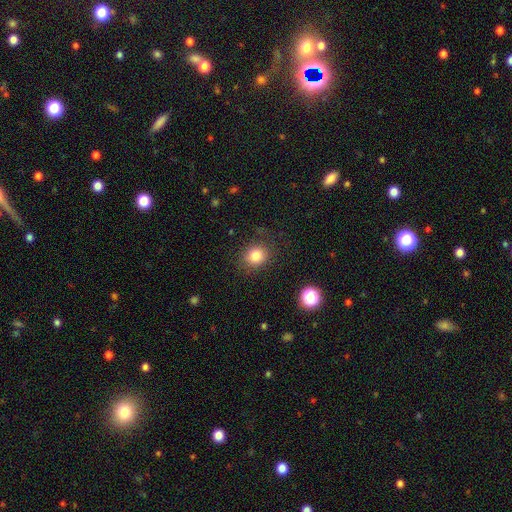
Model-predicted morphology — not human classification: A smooth galaxy with no disk features (82%) that is round (73%).

Vote fractions:
- Smooth or featured? smooth: 82% / star or artifact: 12% / featured or disk: 6%
- How rounded? round: 73% / in between: 26% / cigar-shaped: 1%
- Merging? none: 84% / minor disturbance: 11% / major disturbance: 4% / merger: 2%